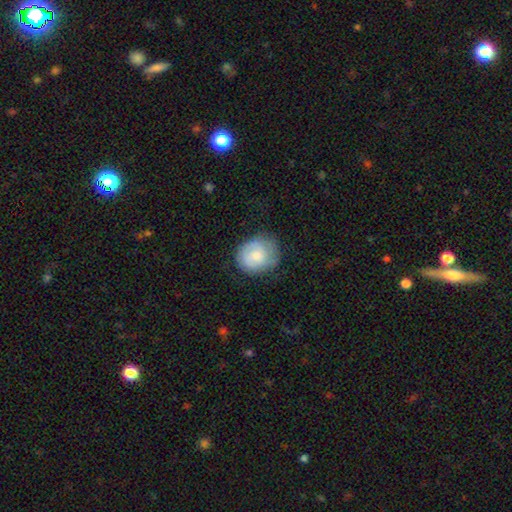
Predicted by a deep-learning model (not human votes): A smooth galaxy with no disk features (57%) that is round (66%). Merging: none (66%).